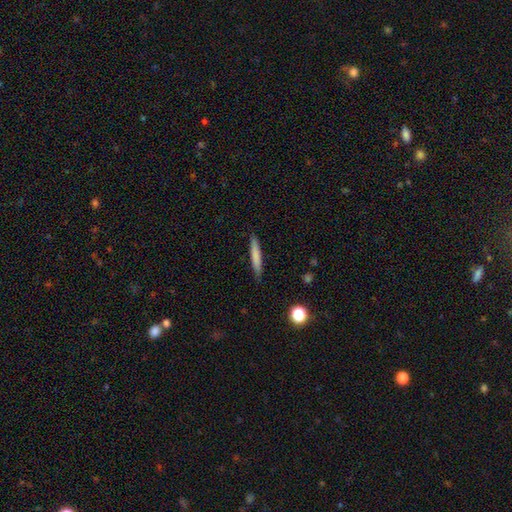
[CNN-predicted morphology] smooth_or_featured: smooth (p=0.74) [alt: featured or disk p=0.19]
how_rounded: cigar-shaped (p=0.94) [alt: in between p=0.05]
merging: none (p=0.88) [alt: minor disturbance p=0.09]